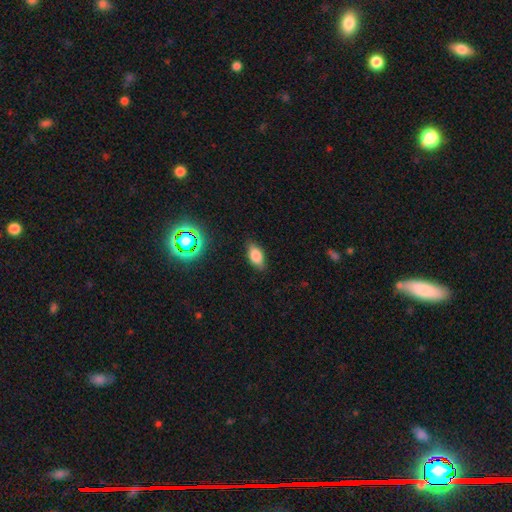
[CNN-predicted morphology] Q: Smooth or featured?
A: smooth (79%); runner-up: star or artifact (11%)
Q: How rounded?
A: in between (88%); runner-up: cigar-shaped (6%)
Q: Merging?
A: none (81%); runner-up: minor disturbance (15%)